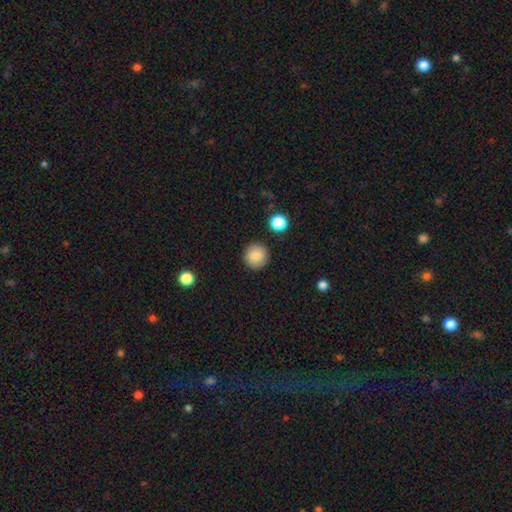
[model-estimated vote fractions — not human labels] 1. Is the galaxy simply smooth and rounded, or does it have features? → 85% smooth, 9% star or artifact, 7% featured or disk.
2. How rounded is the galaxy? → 95% round, 4% in between, 1% cigar-shaped.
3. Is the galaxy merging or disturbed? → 91% none, 6% minor disturbance, 2% major disturbance, 1% merger.